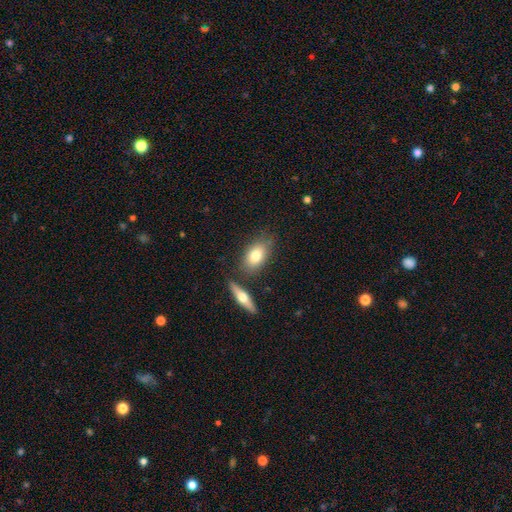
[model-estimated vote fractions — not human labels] Smooth or featured?
  - smooth: 74% *
  - featured or disk: 19%
  - star or artifact: 7%
How rounded?
  - in between: 86% *
  - round: 9%
  - cigar-shaped: 5%
Merging?
  - none: 69% *
  - minor disturbance: 14%
  - merger: 13%
  - major disturbance: 4%